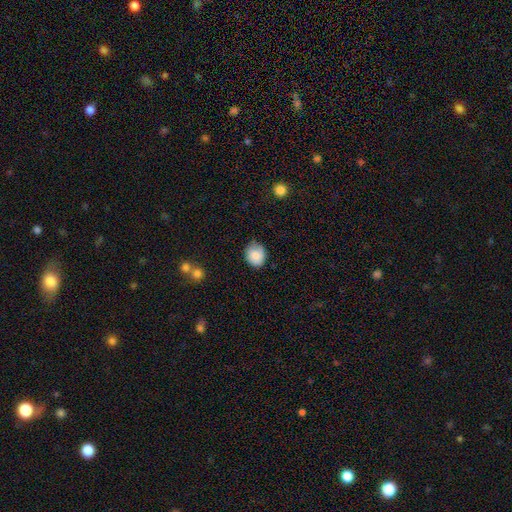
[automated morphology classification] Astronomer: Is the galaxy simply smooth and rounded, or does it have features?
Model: smooth — 84%.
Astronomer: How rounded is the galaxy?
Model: round — 72%.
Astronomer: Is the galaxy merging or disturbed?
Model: none — 74%.